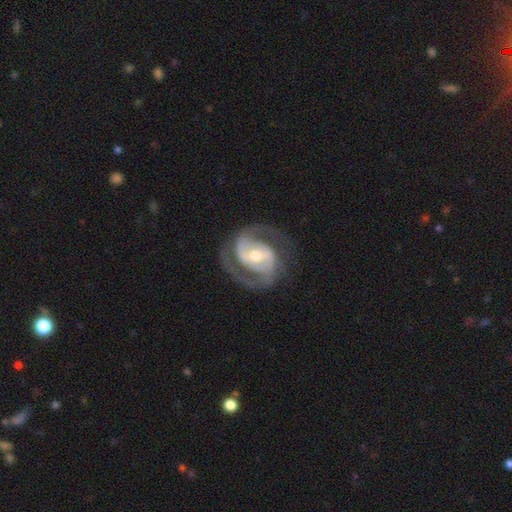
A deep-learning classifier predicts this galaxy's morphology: smooth-or-featured: featured or disk: 91% | smooth: 5% | star or artifact: 4%
  disk-edge-on: no: 97% | yes: 3%
    bar: strong: 39% (tied) | weak: 39% (tied) | no: 22%
    has-spiral-arms: yes: 97% | no: 3%
      spiral-winding: medium: 53% | tight: 35% | loose: 12%
      spiral-arm-count: 2: 91% | can't tell: 3% | 3: 2% | 1: 2% | 4: 1% | more than 4: 1%
    bulge-size: moderate: 62% | small: 32% | large: 4% | none: 1% | dominant: 1%
  merging: none: 79% | minor disturbance: 13% | major disturbance: 8% | merger: 1%